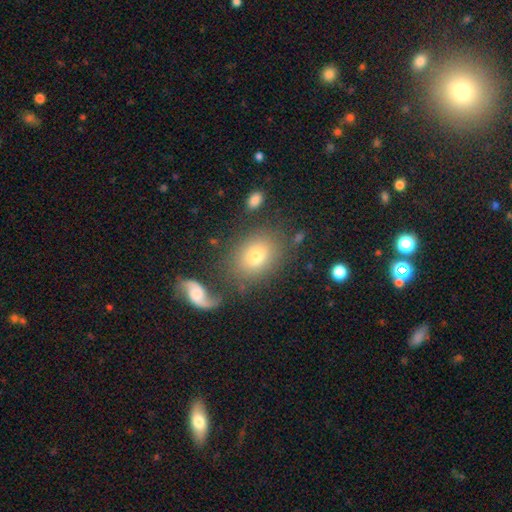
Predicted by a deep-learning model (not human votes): This appears to be a smooth galaxy with no disk features (68%) that is in between round and cigar-shaped (54%). Merging: none (74%).